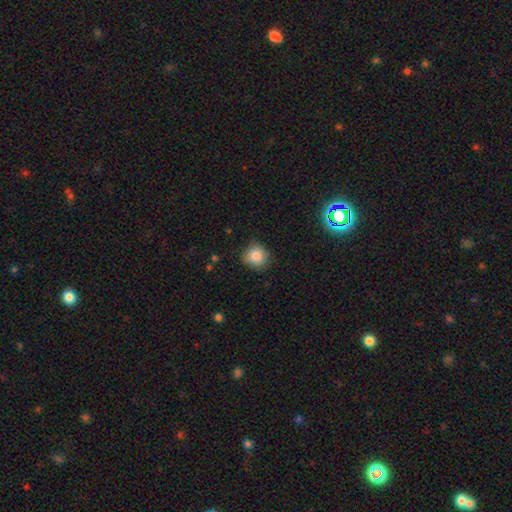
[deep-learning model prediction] Smooth or featured? Predicted: smooth (p=0.85). How rounded? Predicted: round (p=0.85). Merging? Predicted: none (p=0.79).